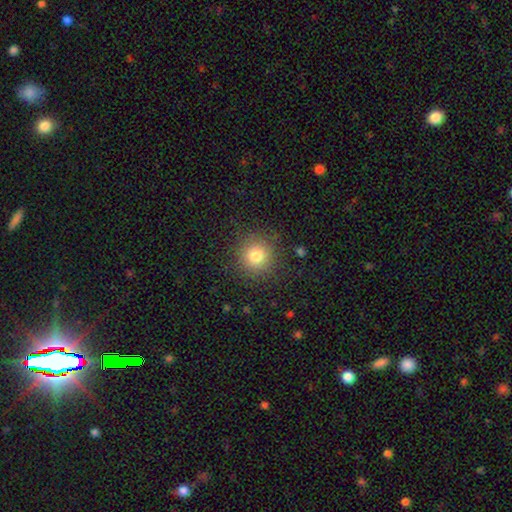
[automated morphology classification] This is likely a smooth galaxy (79%). How rounded: clearly round (93%). Merging: clearly none (88%).